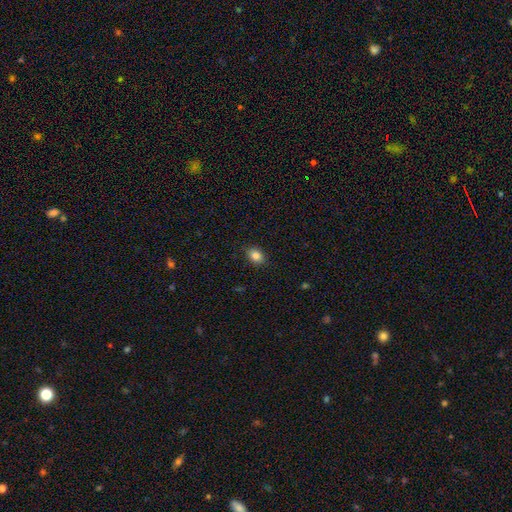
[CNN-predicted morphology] Smooth or featured: smooth — 85% (star or artifact — 10%)
How rounded: in between — 69% (round — 30%)
Merging: none — 88% (minor disturbance — 9%)